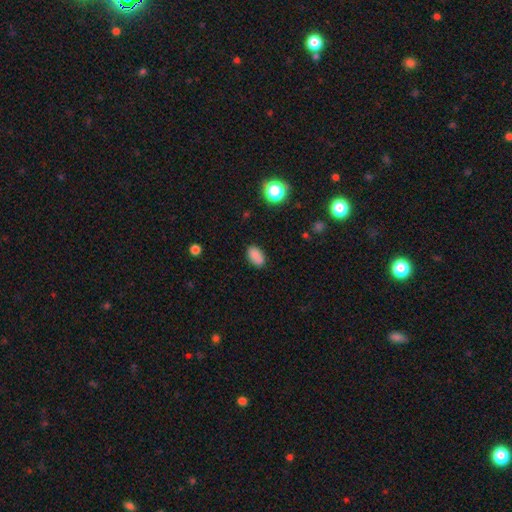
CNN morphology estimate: type=smooth (82%); roundness=in between (89%); merging=none (74%).